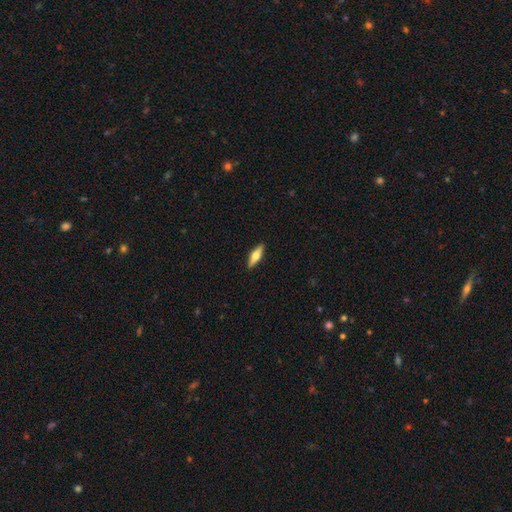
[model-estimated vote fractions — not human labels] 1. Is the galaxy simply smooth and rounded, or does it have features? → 49% featured or disk, 45% smooth, 6% star or artifact.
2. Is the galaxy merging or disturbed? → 91% none, 7% minor disturbance, 2% major disturbance, 1% merger.